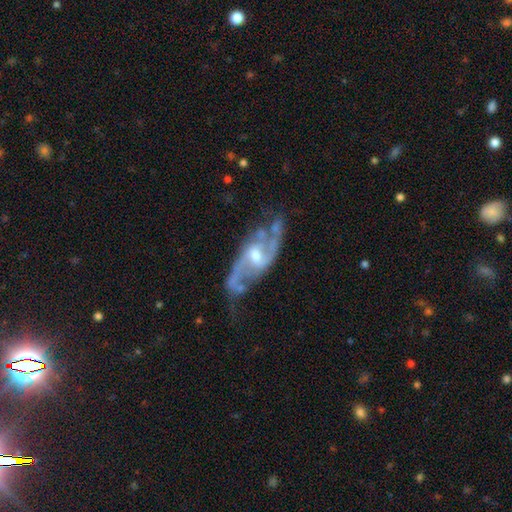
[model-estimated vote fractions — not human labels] smooth-or-featured: featured or disk: 88% | smooth: 6% | star or artifact: 5%
  disk-edge-on: no: 93% | yes: 7%
    bar: weak: 52% | no: 32% | strong: 17%
    has-spiral-arms: yes: 96% | no: 4%
      spiral-winding: medium: 48% | loose: 36% | tight: 16%
      spiral-arm-count: 2: 86% | can't tell: 6% | 3: 3% | 1: 2% | 4: 1% | more than 4: 1%
    bulge-size: moderate: 60% | small: 34% | large: 3% | none: 2% | dominant: 1%
  merging: none: 64% | minor disturbance: 22% | major disturbance: 10% | merger: 4%